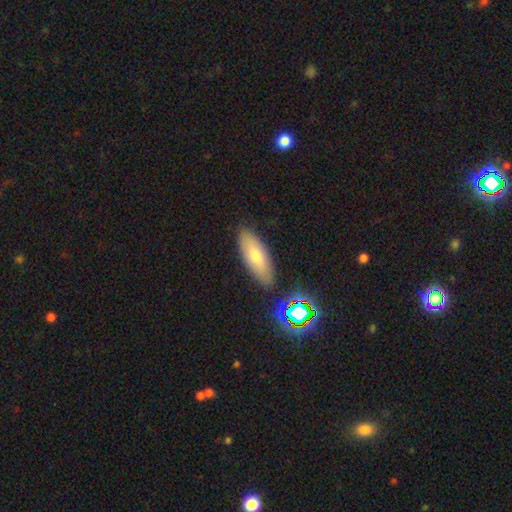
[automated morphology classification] Overall: smooth (66%). How rounded: in between (72%). Merging: none (85%).